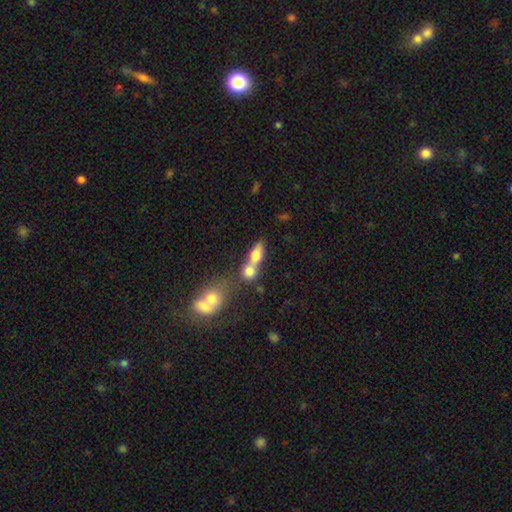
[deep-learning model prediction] Q: Smooth or featured?
A: smooth (73%); runner-up: featured or disk (17%)
Q: How rounded?
A: in between (61%); runner-up: round (25%)
Q: Merging?
A: merger (62%); runner-up: none (25%)